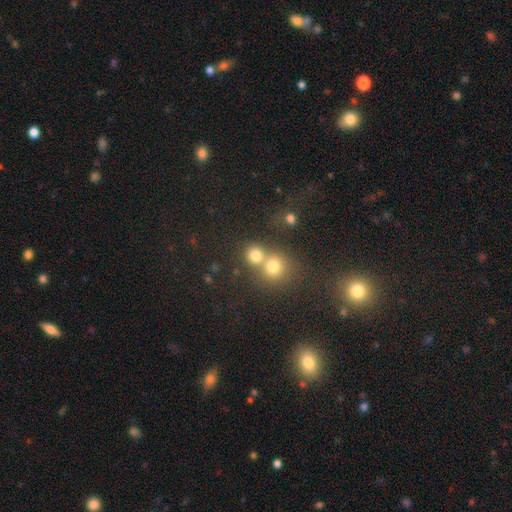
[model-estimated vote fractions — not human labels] The model was most divided on "merging": merger: 49%, none: 42%, minor disturbance: 6%, major disturbance: 3%. More confident: how rounded — round (83%); smooth or featured — smooth (76%).